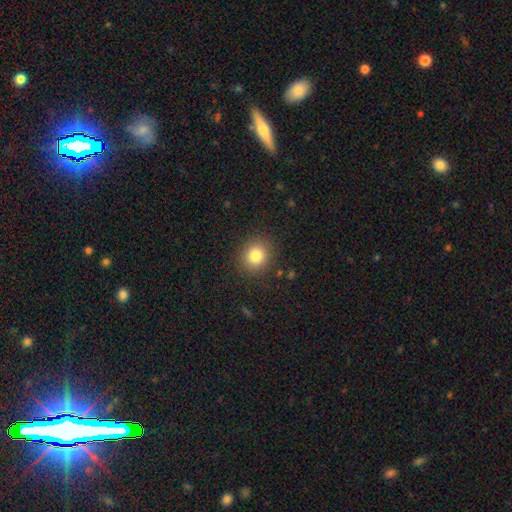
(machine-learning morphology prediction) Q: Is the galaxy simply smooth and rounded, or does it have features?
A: smooth — 82%.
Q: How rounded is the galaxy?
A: round — 85%.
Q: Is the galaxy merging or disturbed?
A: none — 89%.